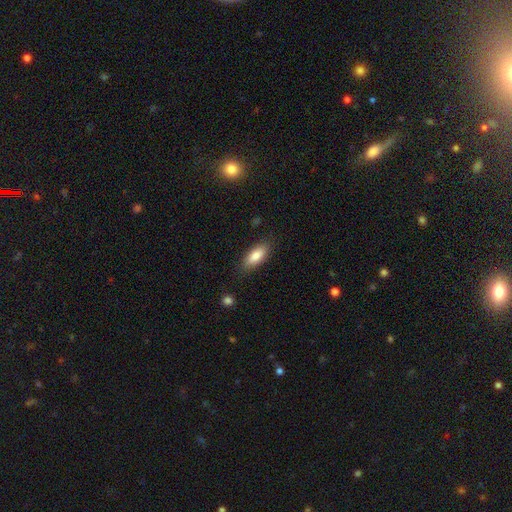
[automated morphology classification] smooth_or_featured: smooth (p=0.82) [alt: featured or disk p=0.11]
how_rounded: in between (p=0.77) [alt: cigar-shaped p=0.21]
merging: none (p=0.83) [alt: minor disturbance p=0.12]